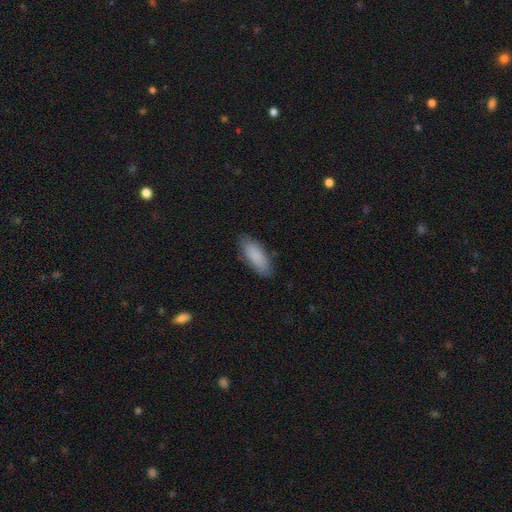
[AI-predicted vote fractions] The model was most divided on "how rounded": in between: 75%, cigar-shaped: 23%, round: 2%. More confident: smooth or featured — smooth (87%); merging — none (82%).